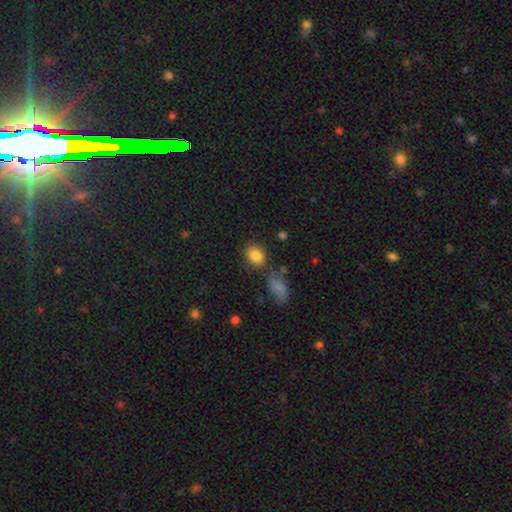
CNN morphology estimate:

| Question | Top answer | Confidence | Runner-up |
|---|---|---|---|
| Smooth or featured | smooth | 85% | star or artifact (9%) |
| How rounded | in between | 69% | round (30%) |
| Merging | none | 73% | minor disturbance (14%) |